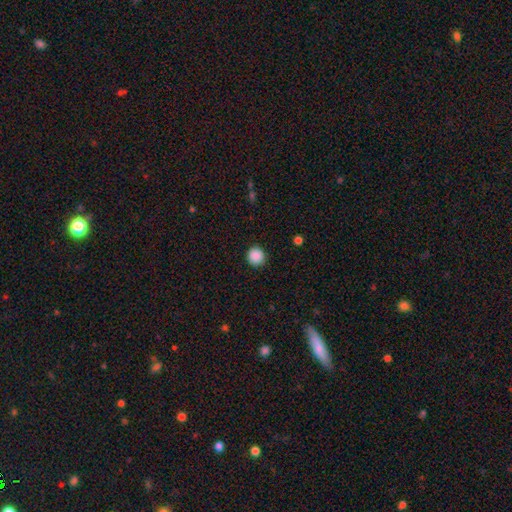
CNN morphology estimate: type=smooth (89%); roundness=round (94%); merging=none (91%).